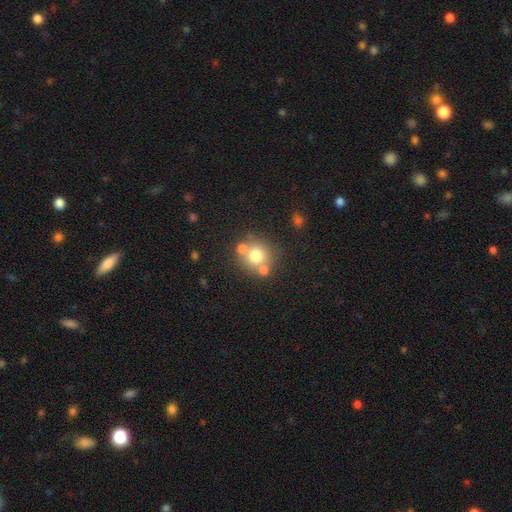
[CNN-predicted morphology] A smooth galaxy with no disk features (70%) that is round (87%). Merging: none (61%).